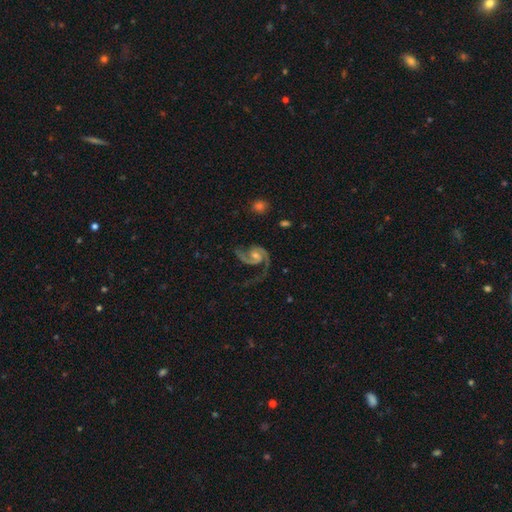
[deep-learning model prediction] Smooth or featured? Predicted: featured or disk (p=0.92). Edge-on disk? Predicted: no (p=0.98). Bar? Predicted: no (p=0.57). Spiral arms? Predicted: yes (p=0.98). Spiral winding? Predicted: medium (p=0.60). Spiral arm count? Predicted: 2 (p=0.91). Bulge size? Predicted: moderate (p=0.50). Merging? Predicted: none (p=0.67).